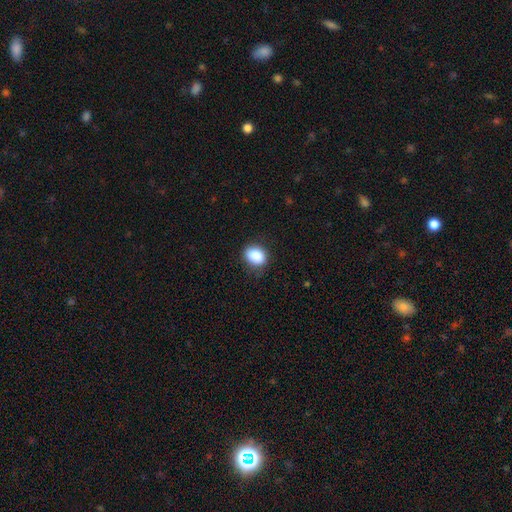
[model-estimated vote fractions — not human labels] Overall: smooth (88%). How rounded: in between (60%; round 39%). Merging: none (83%).